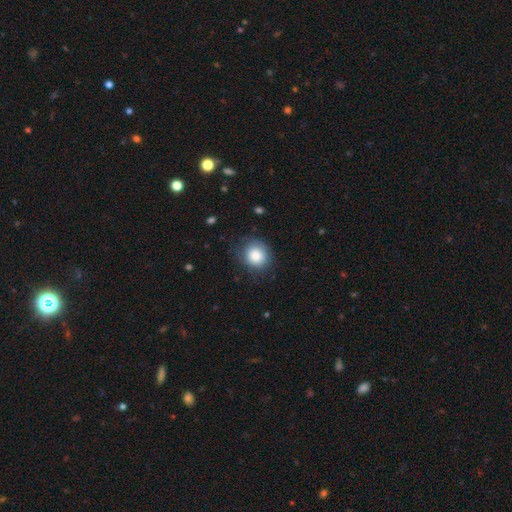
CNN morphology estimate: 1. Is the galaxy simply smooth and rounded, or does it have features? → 83% smooth, 9% featured or disk, 8% star or artifact.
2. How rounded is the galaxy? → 79% round, 20% in between, 1% cigar-shaped.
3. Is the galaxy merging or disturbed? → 75% none, 18% minor disturbance, 6% major disturbance, 1% merger.